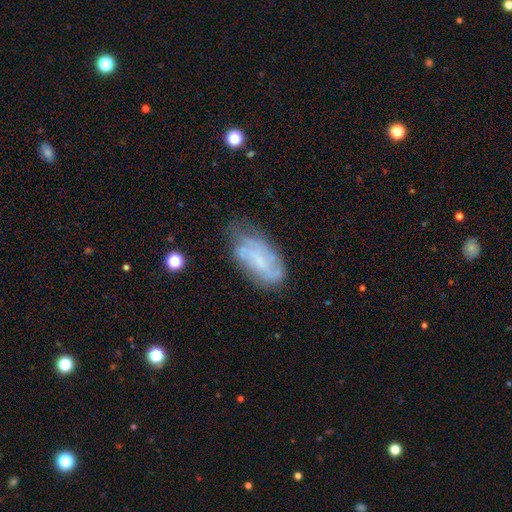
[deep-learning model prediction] Overall: featured or disk (55%; smooth 34%). Edge-on disk: no (93%). Bar: no (58%; weak 32%). Spiral arms: yes (74%). Bulge size: small (45%; none 38%). Merging: none (59%; minor disturbance 28%).